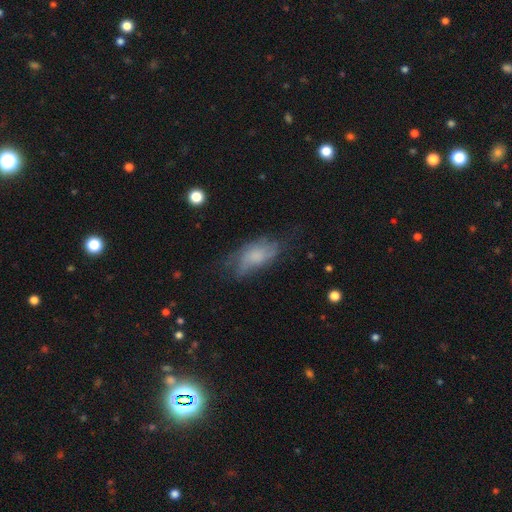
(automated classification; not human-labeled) Smooth or featured? smooth (55%)
How rounded? in between (86%)
Merging? none (44%)